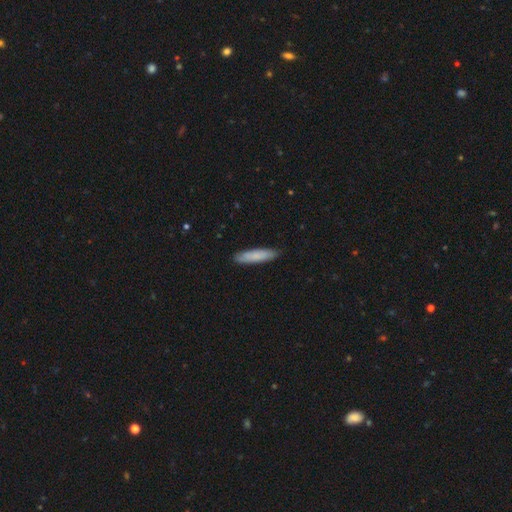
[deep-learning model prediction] smooth_or_featured: smooth (p=0.82) [alt: featured or disk p=0.13]
how_rounded: cigar-shaped (p=0.79) [alt: in between p=0.19]
merging: none (p=0.88) [alt: minor disturbance p=0.09]